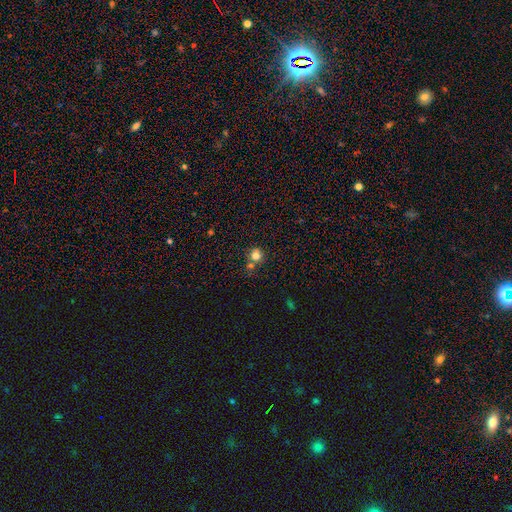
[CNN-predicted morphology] Q: Smooth or featured?
A: smooth (78%); runner-up: star or artifact (13%)
Q: How rounded?
A: round (86%); runner-up: in between (13%)
Q: Merging?
A: none (56%); runner-up: merger (29%)